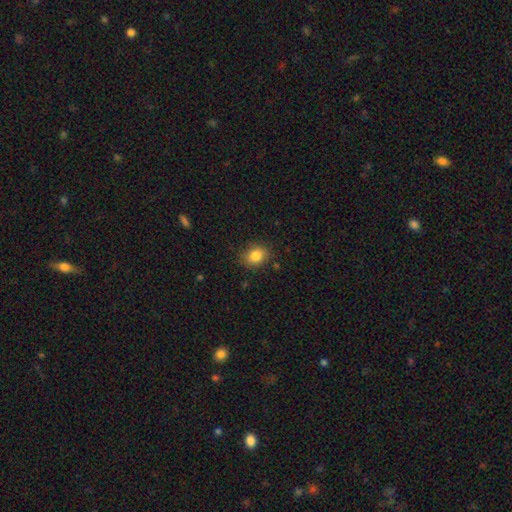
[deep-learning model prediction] Morphology: type=smooth (84%); roundness=in between (50%); merging=none (84%).